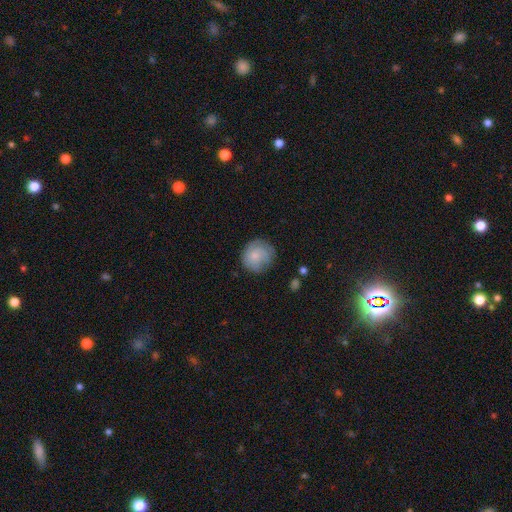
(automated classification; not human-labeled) Smooth or featured? Predicted: smooth (p=0.67). How rounded? Predicted: round (p=0.86). Merging? Predicted: none (p=0.70).